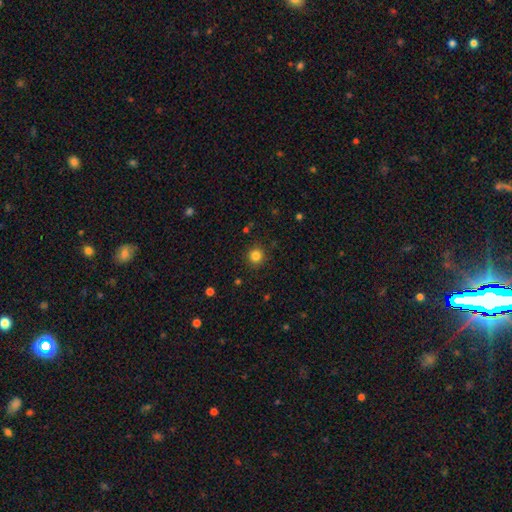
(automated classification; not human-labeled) Smooth or featured? smooth (83%)
How rounded? round (93%)
Merging? none (90%)